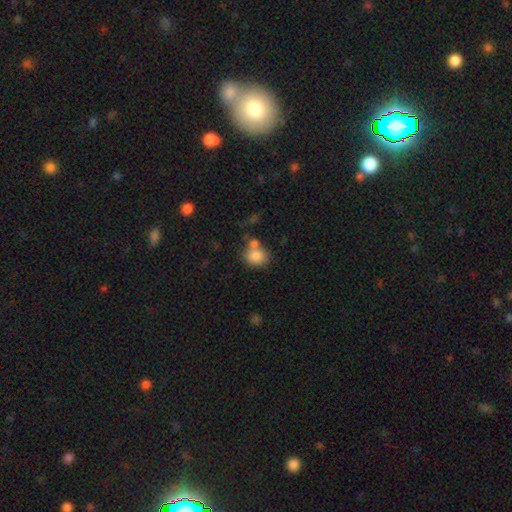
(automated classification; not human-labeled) The model was most divided on "how rounded": round: 60%, in between: 39%, cigar-shaped: 1%. More confident: smooth or featured — smooth (84%); merging — none (57%).